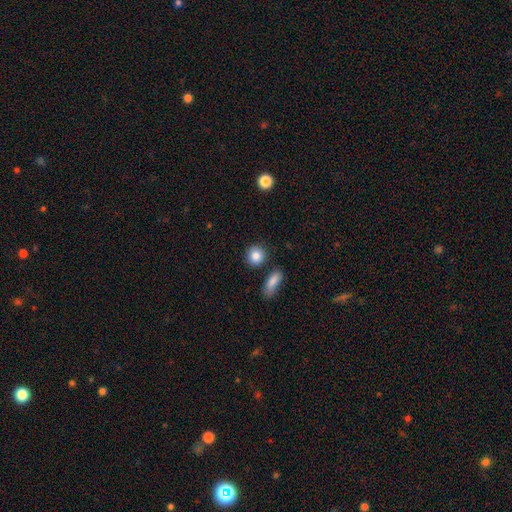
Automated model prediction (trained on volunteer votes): smooth_or_featured: smooth (p=0.86) [alt: star or artifact p=0.08]
how_rounded: round (p=0.82) [alt: in between p=0.16]
merging: none (p=0.84) [alt: minor disturbance p=0.08]